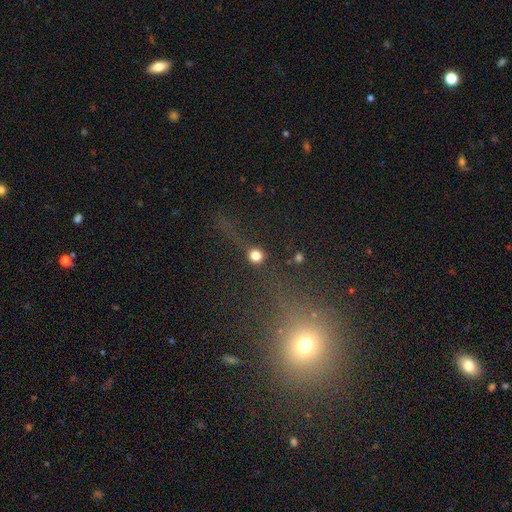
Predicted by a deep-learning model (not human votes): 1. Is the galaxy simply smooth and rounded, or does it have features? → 78% smooth, 15% star or artifact, 8% featured or disk.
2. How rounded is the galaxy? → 93% round, 6% in between, 2% cigar-shaped.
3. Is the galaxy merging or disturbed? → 76% none, 11% minor disturbance, 8% major disturbance, 5% merger.